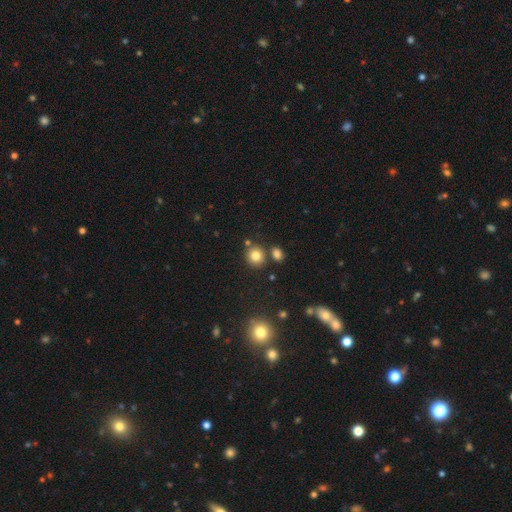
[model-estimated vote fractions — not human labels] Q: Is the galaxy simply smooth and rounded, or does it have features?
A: smooth — 81%.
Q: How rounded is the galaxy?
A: round — 84%.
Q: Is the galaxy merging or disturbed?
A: none — 77%.